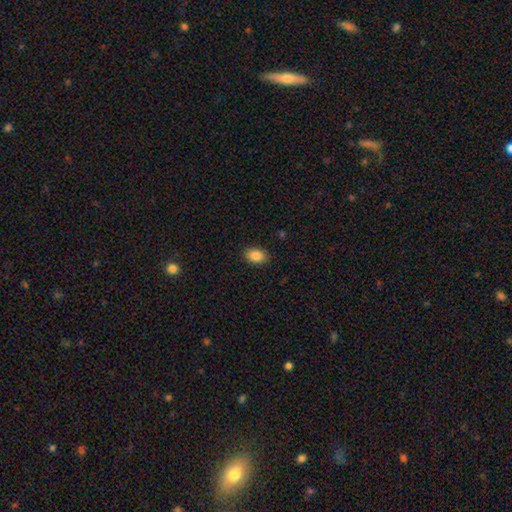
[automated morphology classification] type=smooth (87%); roundness=in between (82%); merging=none (88%).